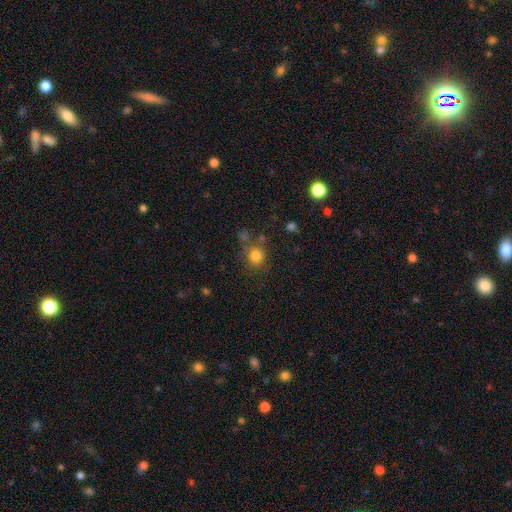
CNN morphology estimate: Overall: smooth (81%). How rounded: round (88%). Merging: none (69%).